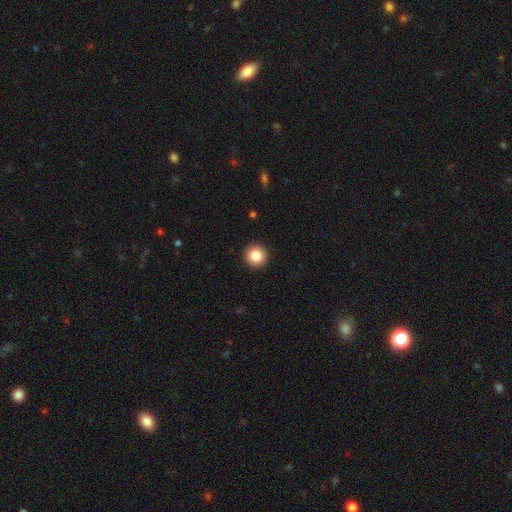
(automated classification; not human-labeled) Smooth or featured?
  - smooth: 85% *
  - star or artifact: 9%
  - featured or disk: 6%
How rounded?
  - round: 96% *
  - in between: 3%
  - cigar-shaped: 1%
Merging?
  - none: 93% *
  - minor disturbance: 4%
  - major disturbance: 1%
  - merger: 1%